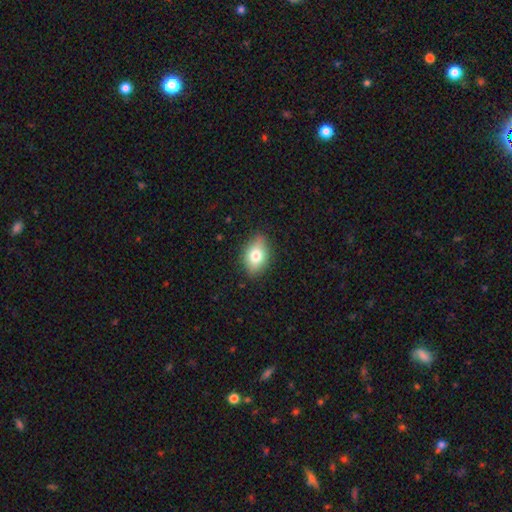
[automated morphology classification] Smooth or featured?
  - smooth: 74% *
  - featured or disk: 17%
  - star or artifact: 9%
How rounded?
  - in between: 79% *
  - round: 18%
  - cigar-shaped: 2%
Merging?
  - none: 80% *
  - minor disturbance: 16%
  - major disturbance: 3%
  - merger: 1%